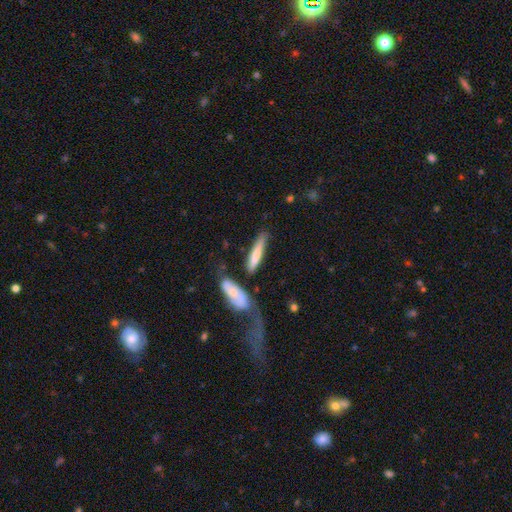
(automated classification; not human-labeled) This is likely a smooth galaxy (70%). How rounded: clearly cigar-shaped (86%). Merging: possibly none (59%).